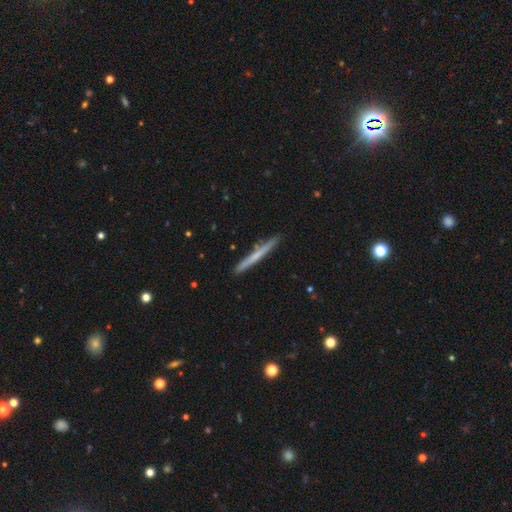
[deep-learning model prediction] This is possibly a smooth galaxy (51%). How rounded: clearly cigar-shaped (97%). Merging: clearly none (90%).